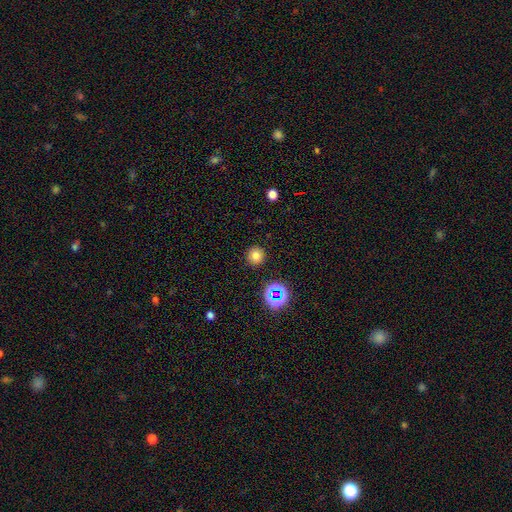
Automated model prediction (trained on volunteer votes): The model was most divided on "smooth or featured": smooth: 76%, star or artifact: 18%, featured or disk: 7%. More confident: how rounded — round (94%); merging — none (91%).